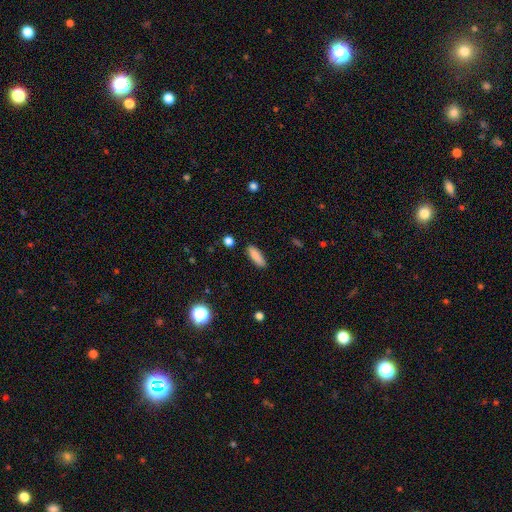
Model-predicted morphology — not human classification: smooth 87%, star or artifact 7%, featured or disk 6%. Down the decision tree: how rounded — cigar-shaped (54%); merging — none (88%).